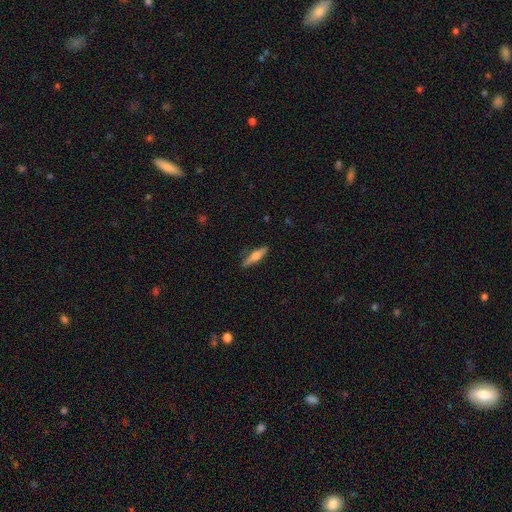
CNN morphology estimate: The model was most divided on "smooth or featured": featured or disk: 48%, smooth: 46%, star or artifact: 6%. More confident: merging — none (85%).